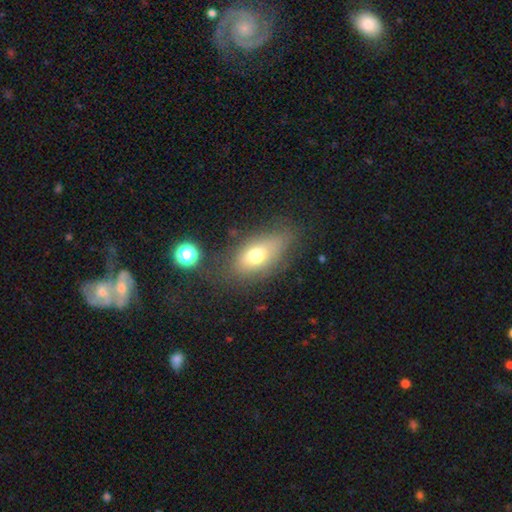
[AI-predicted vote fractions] Q: Smooth or featured?
A: smooth (68%); runner-up: featured or disk (20%)
Q: How rounded?
A: in between (82%); runner-up: round (12%)
Q: Merging?
A: none (66%); runner-up: minor disturbance (19%)